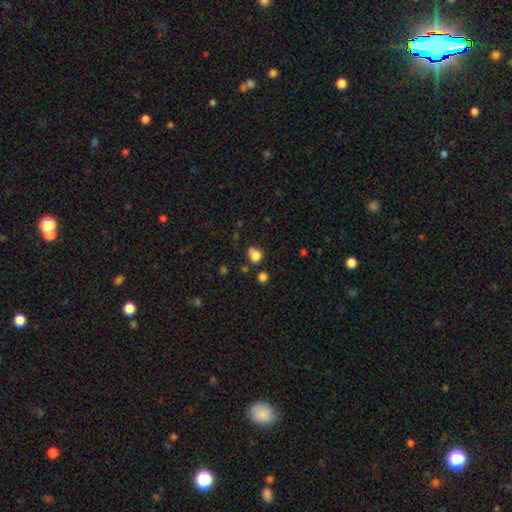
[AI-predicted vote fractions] Smooth or featured?
  - smooth: 80% *
  - star or artifact: 12%
  - featured or disk: 8%
How rounded?
  - round: 61% *
  - in between: 38%
  - cigar-shaped: 1%
Merging?
  - none: 51% *
  - minor disturbance: 24%
  - merger: 15%
  - major disturbance: 9%